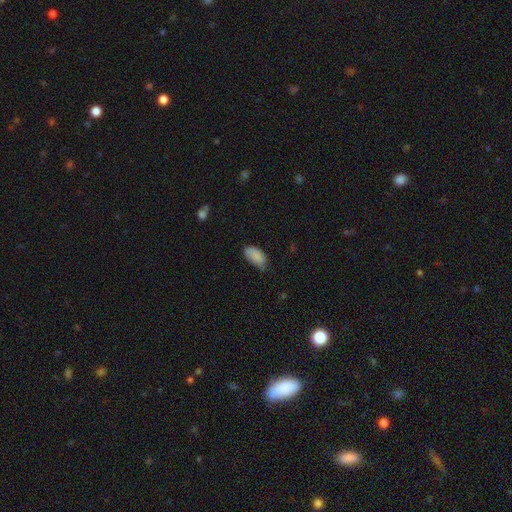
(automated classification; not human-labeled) Smooth or featured? smooth (86%)
How rounded? in between (94%)
Merging? none (47%)